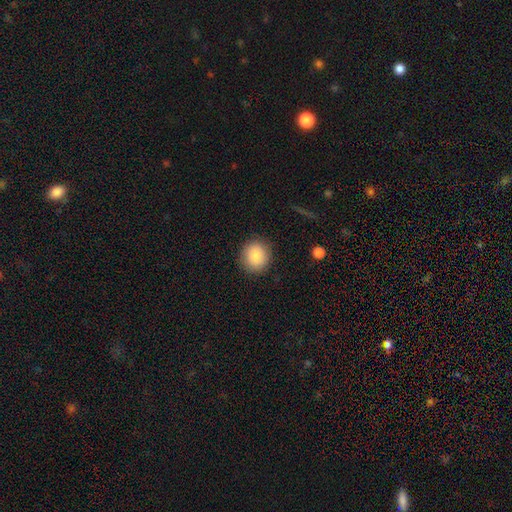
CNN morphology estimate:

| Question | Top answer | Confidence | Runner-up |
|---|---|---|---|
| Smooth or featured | smooth | 87% | star or artifact (8%) |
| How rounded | round | 84% | in between (15%) |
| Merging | none | 88% | minor disturbance (8%) |